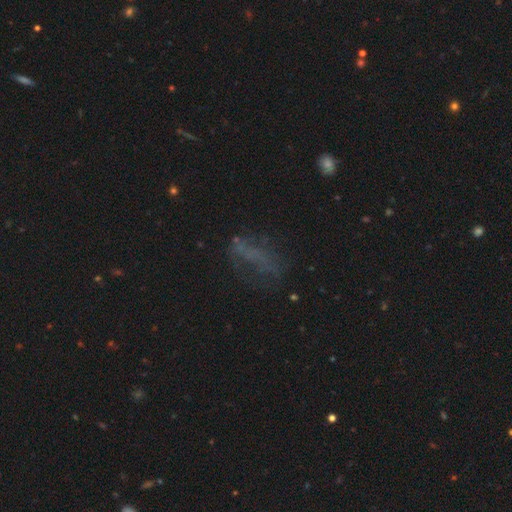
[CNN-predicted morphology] Smooth or featured: smooth — 40% (featured or disk — 32%)
Merging: none — 50% (major disturbance — 25%)